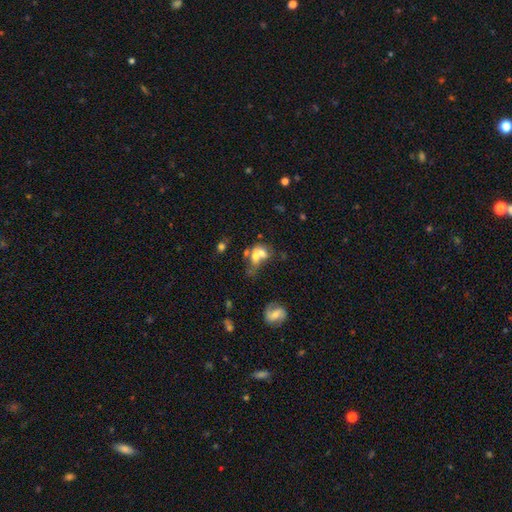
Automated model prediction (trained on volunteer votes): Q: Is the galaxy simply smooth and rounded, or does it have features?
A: smooth — 56%.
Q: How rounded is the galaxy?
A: in between — 57%.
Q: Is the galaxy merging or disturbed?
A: merger — 63%.